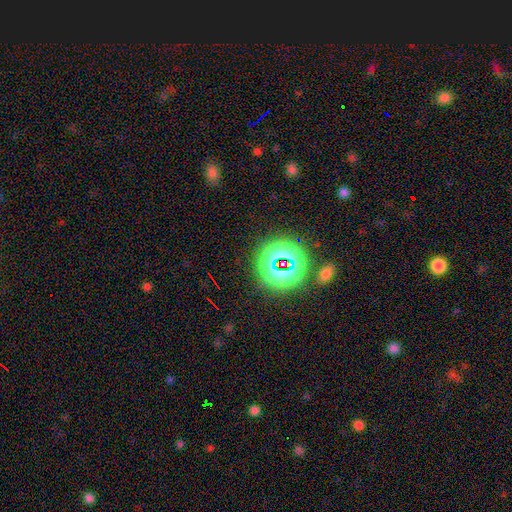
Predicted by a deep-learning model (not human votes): smooth-or-featured: star or artifact: 70% | smooth: 21% | featured or disk: 9%